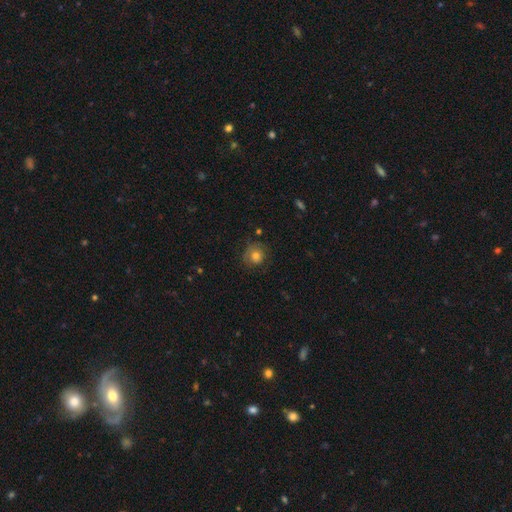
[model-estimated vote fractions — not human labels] This appears to be a smooth galaxy with no disk features (72%) that is round (84%). Merging: none (68%).